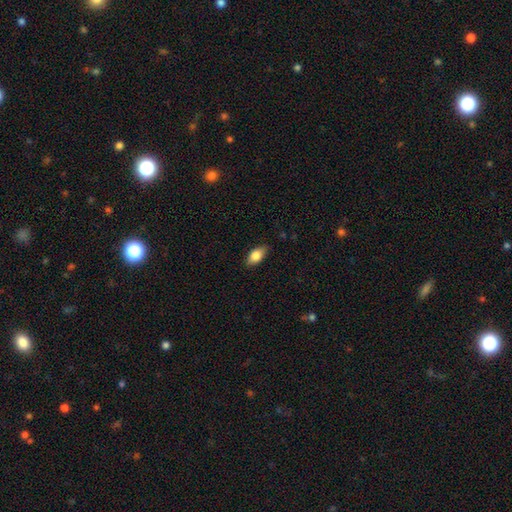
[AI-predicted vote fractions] A smooth galaxy with no disk features (80%) that is in between round and cigar-shaped (88%). Merging: none (85%).